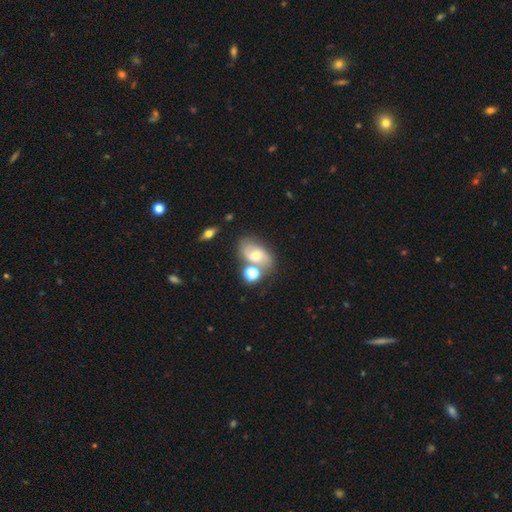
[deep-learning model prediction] A smooth galaxy with no disk features (46%). Merging: none (55%).